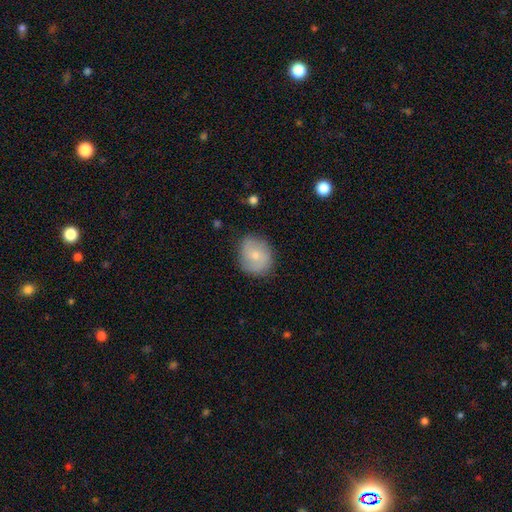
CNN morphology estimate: smooth 59%, featured or disk 34%, star or artifact 7%. Down the decision tree: how rounded — round (68%); merging — none (77%).